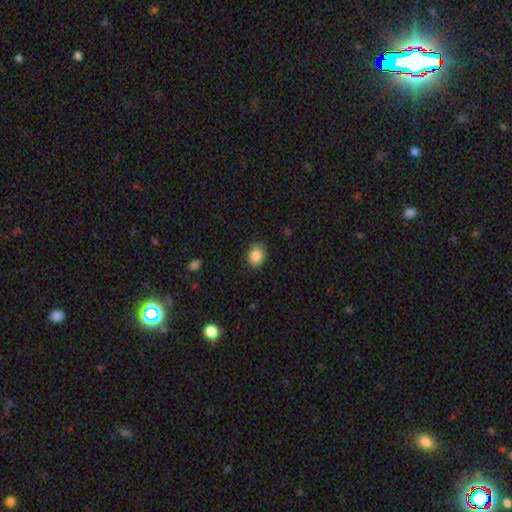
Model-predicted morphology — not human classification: Smooth or featured?
  - smooth: 86% *
  - star or artifact: 9%
  - featured or disk: 5%
How rounded?
  - in between: 51% *
  - round: 48%
  - cigar-shaped: 1%
Merging?
  - none: 83% *
  - minor disturbance: 14%
  - major disturbance: 3%
  - merger: 1%